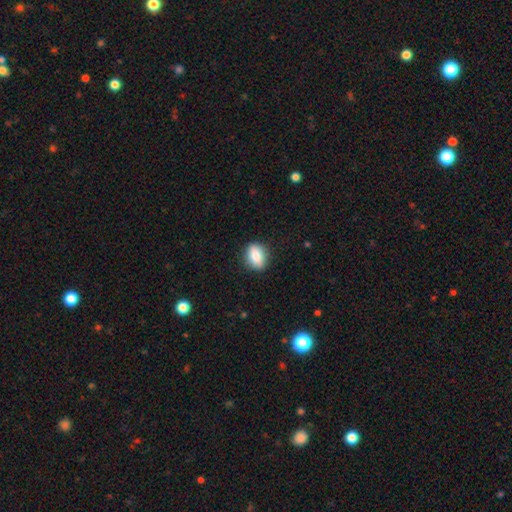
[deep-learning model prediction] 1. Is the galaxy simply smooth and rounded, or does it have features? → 81% smooth, 12% featured or disk, 8% star or artifact.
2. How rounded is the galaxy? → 70% in between, 26% round, 4% cigar-shaped.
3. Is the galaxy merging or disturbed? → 85% none, 11% minor disturbance, 3% major disturbance, 1% merger.